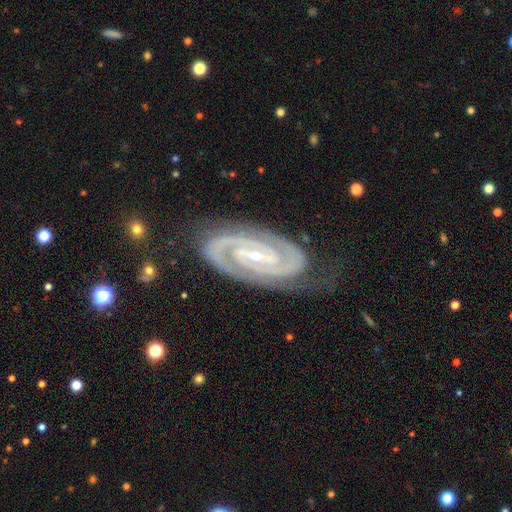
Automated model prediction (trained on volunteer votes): featured or disk 93%, star or artifact 5%, smooth 3%. Down the decision tree: edge-on disk — no (96%); bar — strong (34%); spiral arms — yes (99%); spiral arm count — 2 (86%); spiral winding — tight (75%); bulge size — small (79%); merging — none (75%).